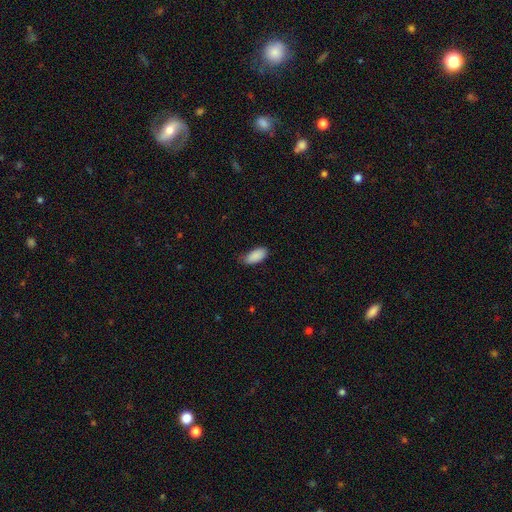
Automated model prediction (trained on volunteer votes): This is clearly a smooth galaxy (89%). How rounded: clearly in between (91%). Merging: likely none (72%).